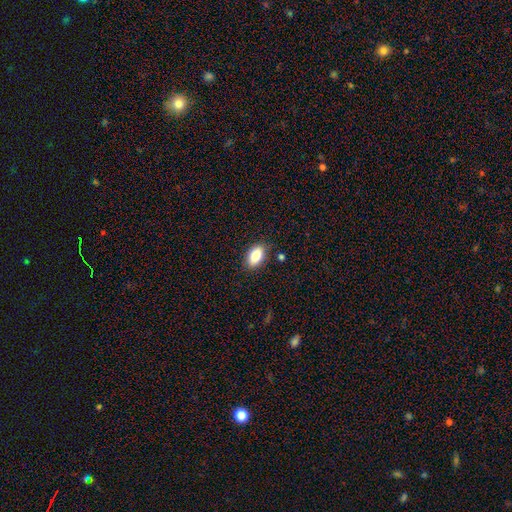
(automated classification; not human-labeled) This appears to be a smooth galaxy with no disk features (84%) that is in between round and cigar-shaped (91%). Merging: none (86%).